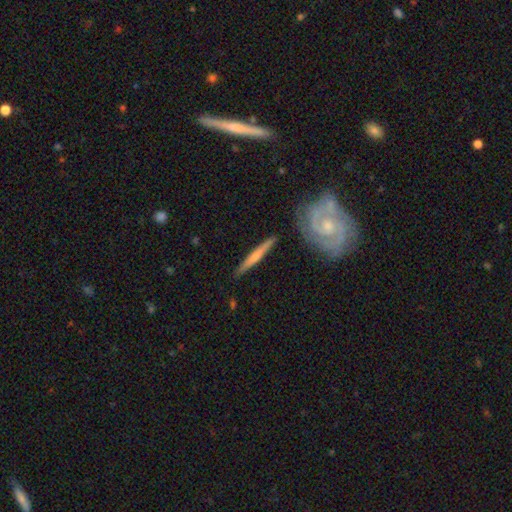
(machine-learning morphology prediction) smooth_or_featured: featured or disk (p=0.53) [alt: smooth p=0.42]
disk_edge_on: yes (p=0.91) [alt: no p=0.09]
merging: none (p=0.84) [alt: minor disturbance p=0.10]